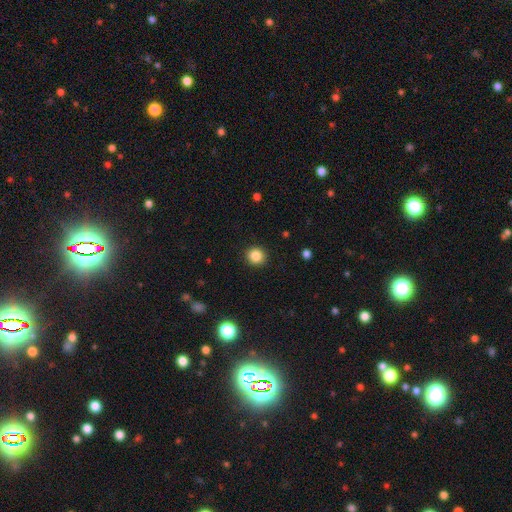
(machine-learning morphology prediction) This is clearly a smooth galaxy (86%). How rounded: clearly round (91%). Merging: clearly none (92%).